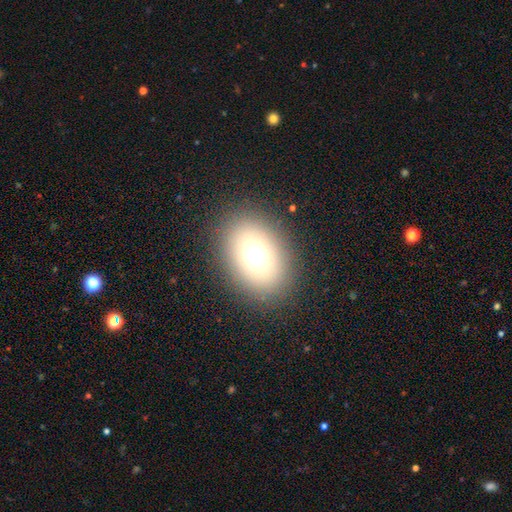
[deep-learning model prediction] Smooth or featured?
  - smooth: 67% *
  - star or artifact: 18%
  - featured or disk: 15%
How rounded?
  - in between: 63% *
  - round: 36%
  - cigar-shaped: 1%
Merging?
  - none: 86% *
  - minor disturbance: 8%
  - major disturbance: 5%
  - merger: 1%